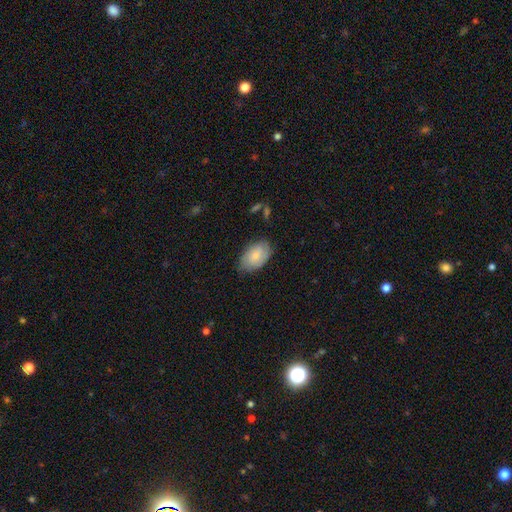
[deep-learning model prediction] This appears to be a smooth galaxy with no disk features (65%) that is in between round and cigar-shaped (92%). Merging: none (70%).